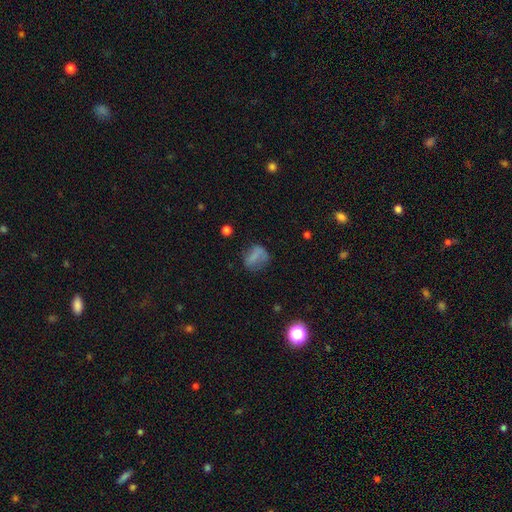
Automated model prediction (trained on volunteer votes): Smooth or featured?
  - smooth: 65% *
  - featured or disk: 22%
  - star or artifact: 13%
How rounded?
  - in between: 53% *
  - round: 43%
  - cigar-shaped: 4%
Merging?
  - none: 50% *
  - minor disturbance: 26%
  - major disturbance: 21%
  - merger: 3%